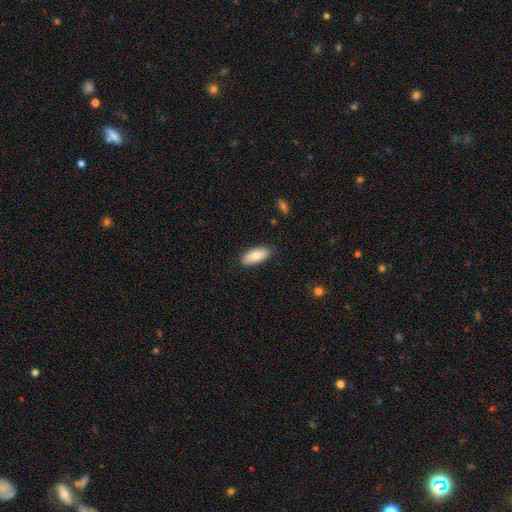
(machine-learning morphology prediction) smooth_or_featured: smooth (p=0.82) [alt: featured or disk p=0.12]
how_rounded: in between (p=0.82) [alt: cigar-shaped p=0.16]
merging: none (p=0.87) [alt: minor disturbance p=0.10]